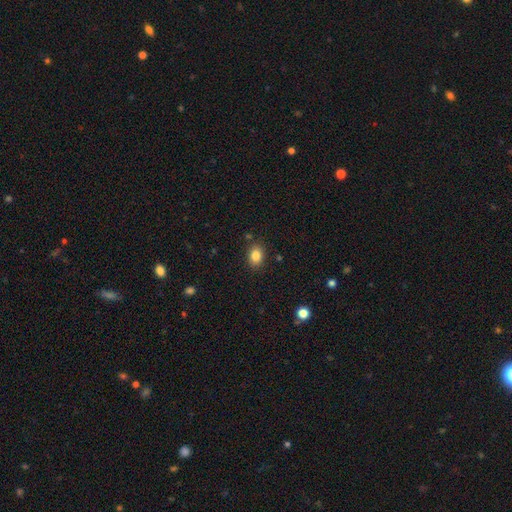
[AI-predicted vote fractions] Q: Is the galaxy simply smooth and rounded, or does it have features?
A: smooth — 84%.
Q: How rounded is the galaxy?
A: in between — 65%.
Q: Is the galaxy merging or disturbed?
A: none — 86%.